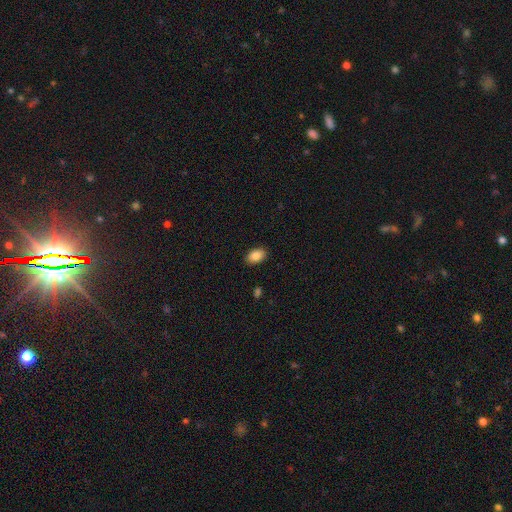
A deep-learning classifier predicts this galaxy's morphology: Overall: smooth (88%). How rounded: in between (90%). Merging: none (89%).